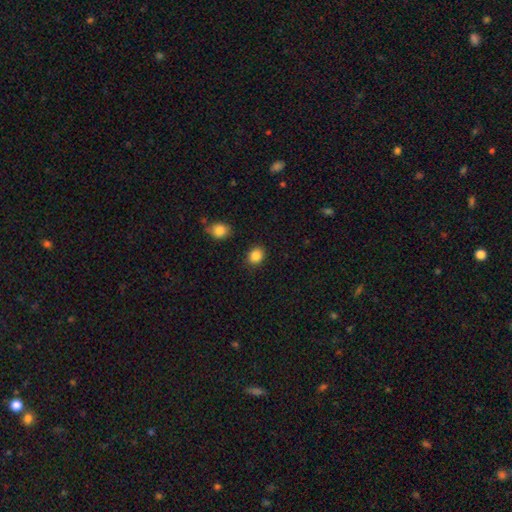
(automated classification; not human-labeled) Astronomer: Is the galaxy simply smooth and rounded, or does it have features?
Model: smooth — 86%.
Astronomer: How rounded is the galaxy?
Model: round — 60% (runner-up: in between, 39%).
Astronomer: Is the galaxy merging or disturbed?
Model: none — 88%.